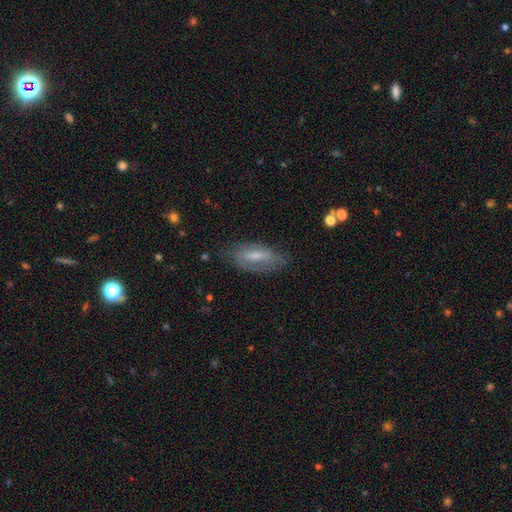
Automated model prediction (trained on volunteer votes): Morphology: type=smooth (46%, tied with featured or disk); merging=none (67%).